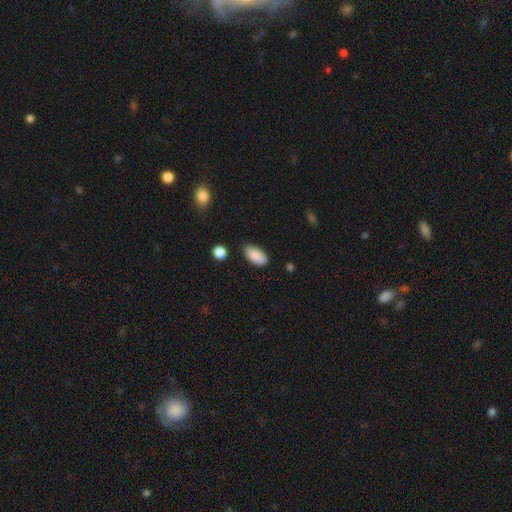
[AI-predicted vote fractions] This is clearly a smooth galaxy (89%). How rounded: clearly in between (94%). Merging: clearly none (83%).